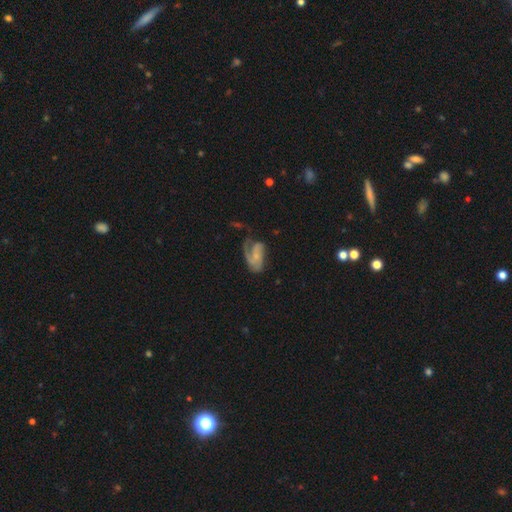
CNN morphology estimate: type=featured or disk (71%); edge-on=no (97%); bar=no (64%); spiral arms=yes (88%); winding=medium (41%); arm count=2 (41%); bulge=small (63%); merging=major disturbance (37%).